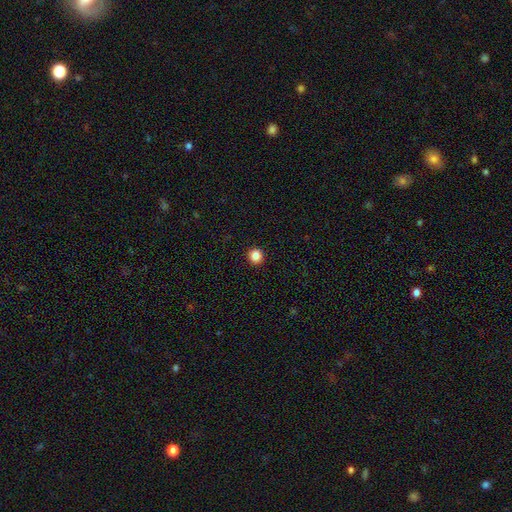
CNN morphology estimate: smooth_or_featured: smooth (p=0.85) [alt: star or artifact p=0.11]
how_rounded: round (p=0.94) [alt: in between p=0.05]
merging: none (p=0.94) [alt: minor disturbance p=0.04]